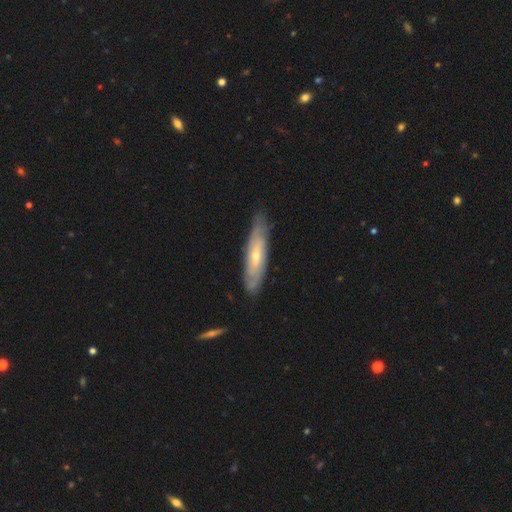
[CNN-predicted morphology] This appears to be a featured or disk galaxy (65%). Merging: none (79%).